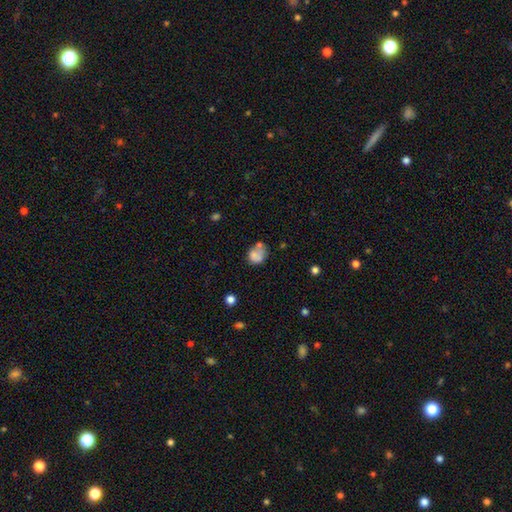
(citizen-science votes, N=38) smooth-or-featured: smooth: 76% | featured or disk: 24% | star or artifact: 0%
  how-rounded: round: 59% | in between: 41% | cigar-shaped: 0%
  merging: merger: 32% | none: 26% | minor disturbance: 24% | major disturbance: 18%